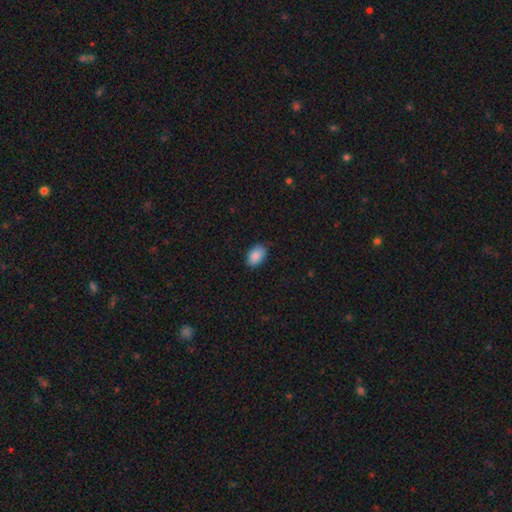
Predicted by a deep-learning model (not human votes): Smooth or featured? Predicted: smooth (p=0.89). How rounded? Predicted: in between (p=0.91). Merging? Predicted: none (p=0.84).